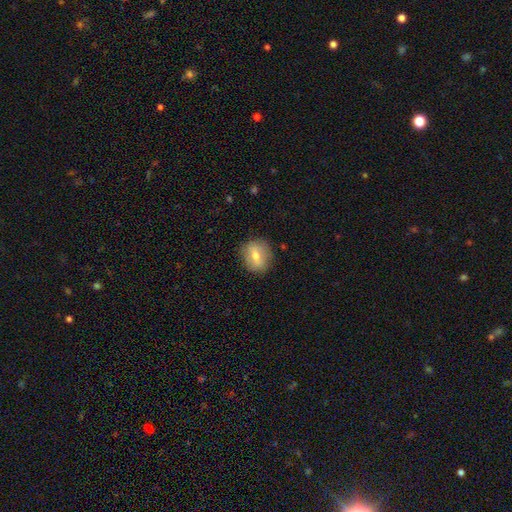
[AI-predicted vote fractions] Smooth or featured: smooth — 57% (featured or disk — 35%)
How rounded: round — 63% (in between — 35%)
Merging: none — 83% (minor disturbance — 12%)